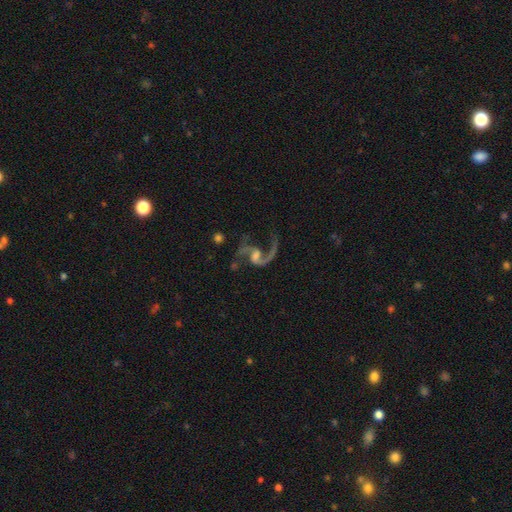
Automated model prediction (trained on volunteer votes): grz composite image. It shows a featured or disk galaxy (89%) with a weak bar (44%), 2 (86%) loose (71%) spiral arms (96%) and a moderate central bulge (38%). Merging: none (57%).